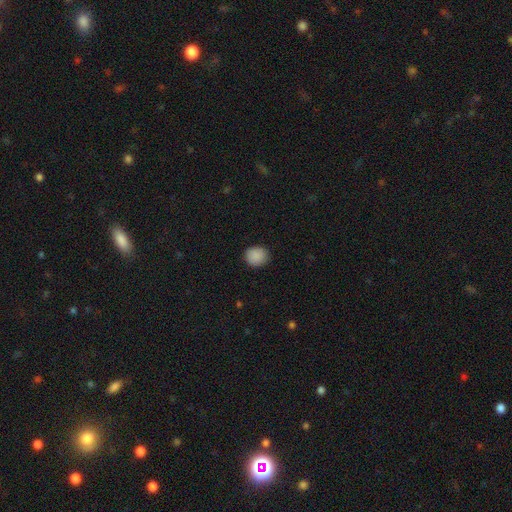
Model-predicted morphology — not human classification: smooth_or_featured: smooth (p=0.89) [alt: star or artifact p=0.08]
how_rounded: round (p=0.77) [alt: in between p=0.23]
merging: none (p=0.87) [alt: minor disturbance p=0.10]